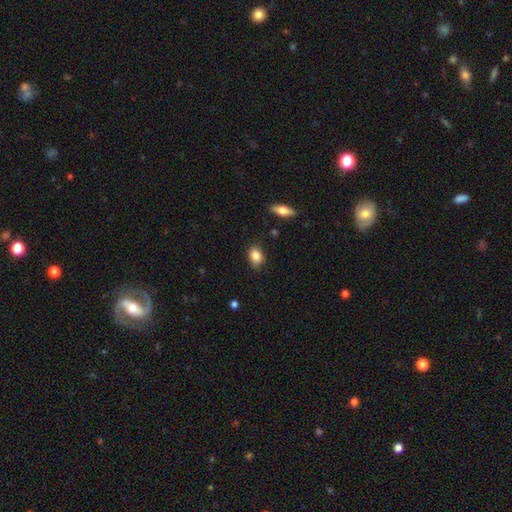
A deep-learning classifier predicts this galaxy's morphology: smooth_or_featured: smooth (p=0.86) [alt: star or artifact p=0.08]
how_rounded: in between (p=0.77) [alt: round p=0.21]
merging: none (p=0.79) [alt: minor disturbance p=0.16]